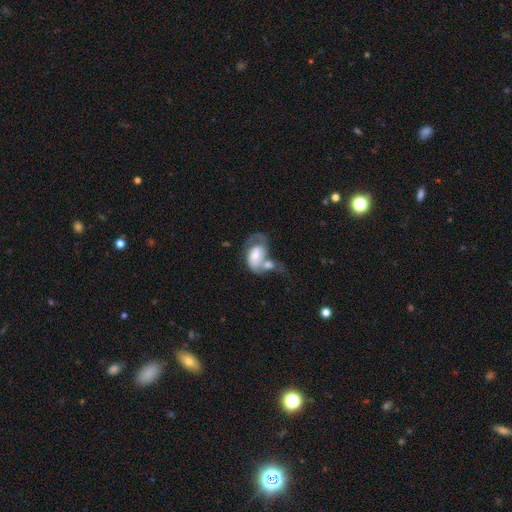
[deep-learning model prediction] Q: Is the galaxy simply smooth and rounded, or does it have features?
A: featured or disk — 50%.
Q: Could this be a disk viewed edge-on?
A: no — 95%.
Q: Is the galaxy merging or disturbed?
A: merger — 60%.